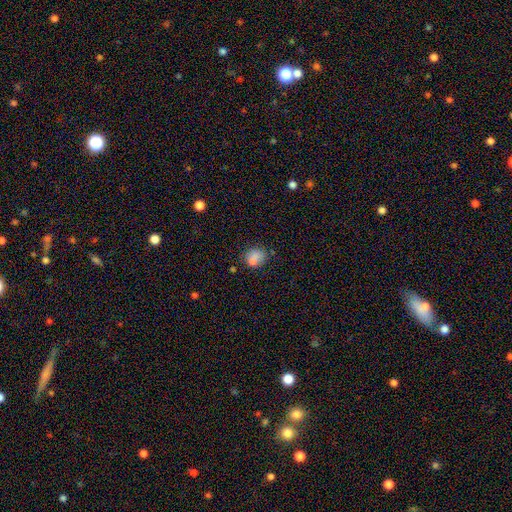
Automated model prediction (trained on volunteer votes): smooth-or-featured: smooth: 80% | star or artifact: 12% | featured or disk: 8%
  how-rounded: round: 59% | in between: 40% | cigar-shaped: 1%
  merging: none: 57% | minor disturbance: 26% | major disturbance: 9% | merger: 8%